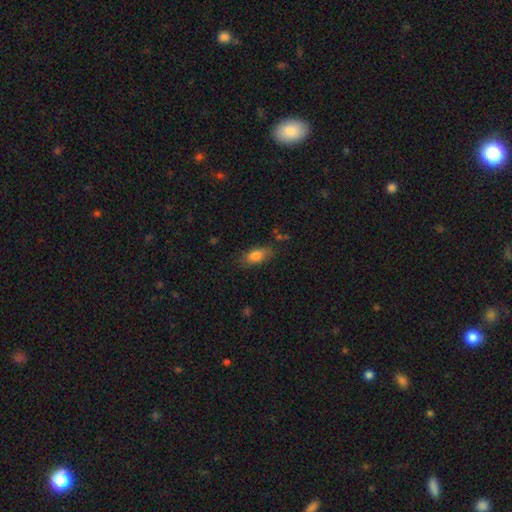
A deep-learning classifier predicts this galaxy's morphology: Overall: smooth (80%). How rounded: in between (83%). Merging: none (77%).